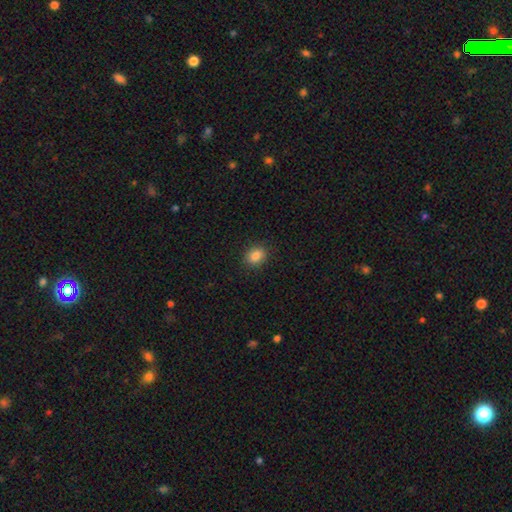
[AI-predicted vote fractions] Smooth or featured: smooth — 87% (star or artifact — 9%)
How rounded: in between — 56% (round — 43%)
Merging: none — 89% (minor disturbance — 8%)